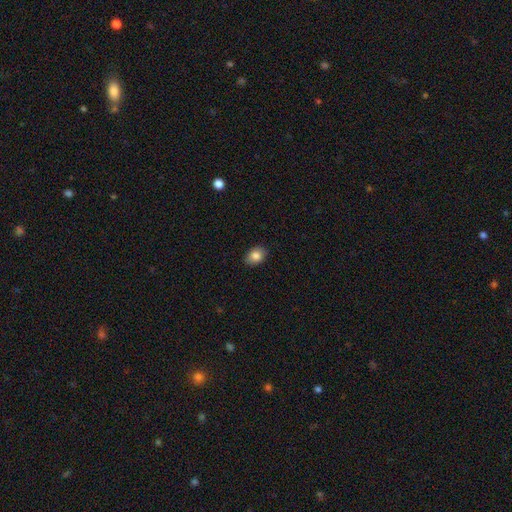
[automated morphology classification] Overall: smooth (84%). How rounded: in between (71%). Merging: none (87%).